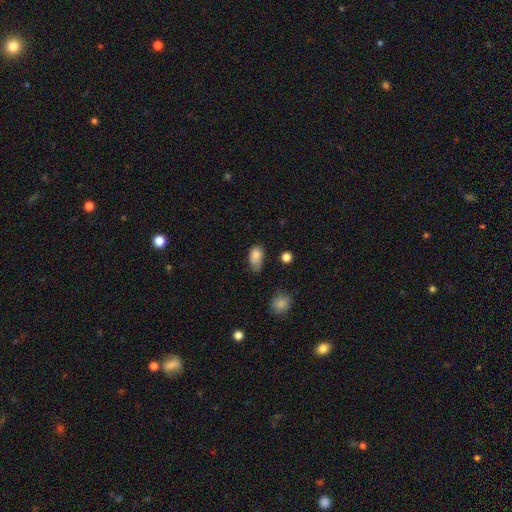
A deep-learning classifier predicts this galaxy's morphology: This is clearly a smooth galaxy (84%). How rounded: clearly in between (88%). Merging: possibly none (45%).